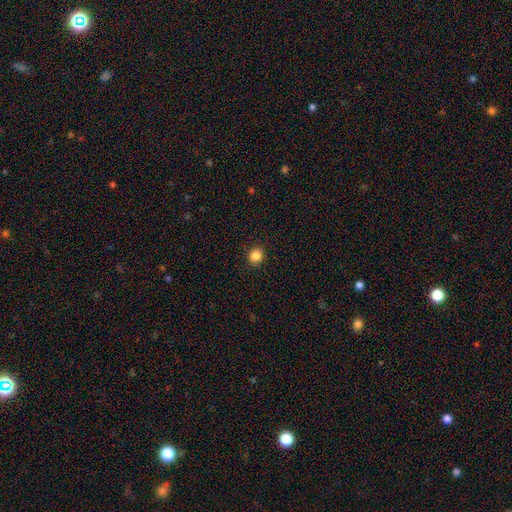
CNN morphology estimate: This appears to be a smooth galaxy with no disk features (85%) that is round (84%). Merging: none (92%).